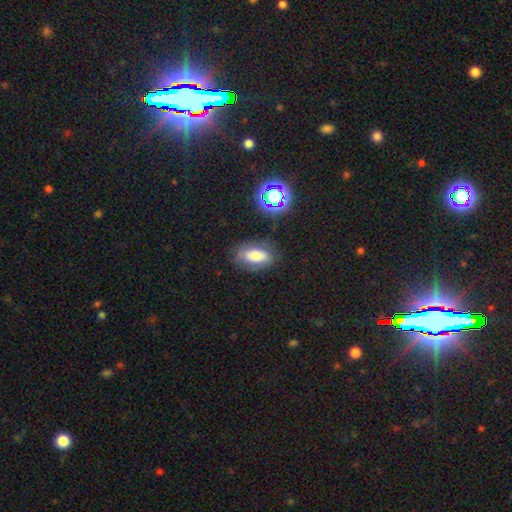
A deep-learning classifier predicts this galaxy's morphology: Smooth or featured? smooth (62%)
How rounded? in between (87%)
Merging? none (77%)